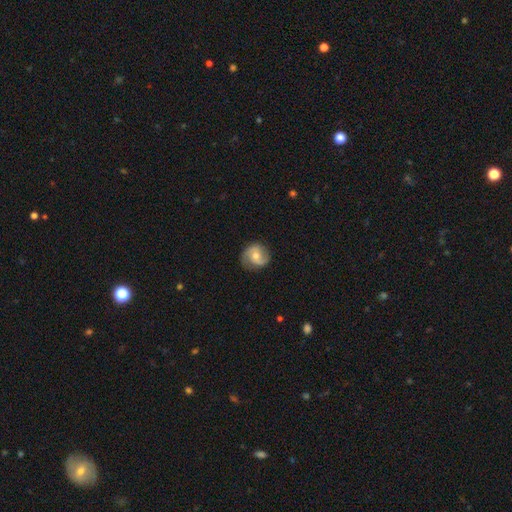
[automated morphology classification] featured or disk 68%, smooth 26%, star or artifact 7%. Down the decision tree: edge-on disk — no (97%); bar — no (55%); spiral arms — yes (91%); spiral arm count — 2 (83%); spiral winding — medium (46%); bulge size — moderate (58%); merging — none (79%).